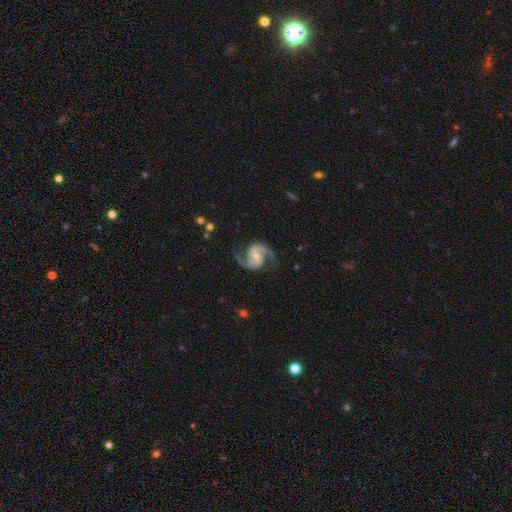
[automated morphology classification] featured or disk 93%, star or artifact 4%, smooth 3%. Down the decision tree: edge-on disk — no (98%); bar — no (41%, tied with weak); spiral arms — yes (98%); spiral arm count — 2 (94%); spiral winding — medium (58%); bulge size — small (48%); merging — none (81%).